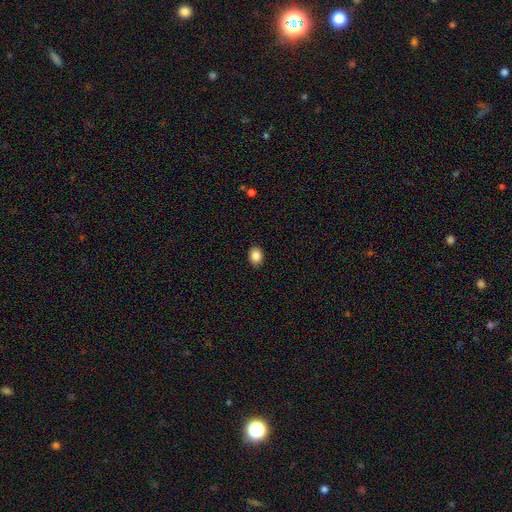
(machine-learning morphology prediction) This appears to be a smooth galaxy with no disk features (86%) that is in between round and cigar-shaped (61%). Merging: none (90%).